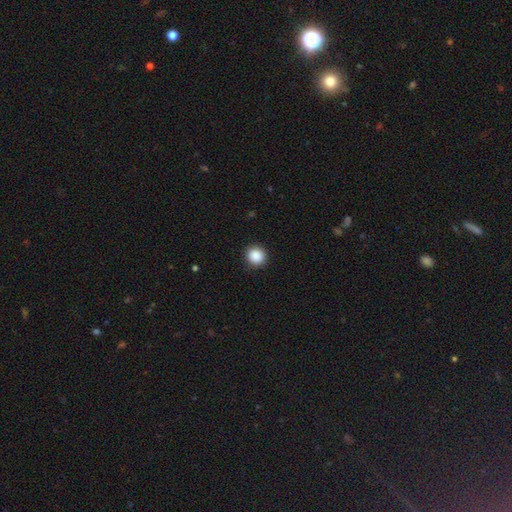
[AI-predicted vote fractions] Smooth or featured?
  - smooth: 89% *
  - star or artifact: 9%
  - featured or disk: 3%
How rounded?
  - round: 91% *
  - in between: 8%
  - cigar-shaped: 1%
Merging?
  - none: 91% *
  - minor disturbance: 6%
  - major disturbance: 2%
  - merger: 1%